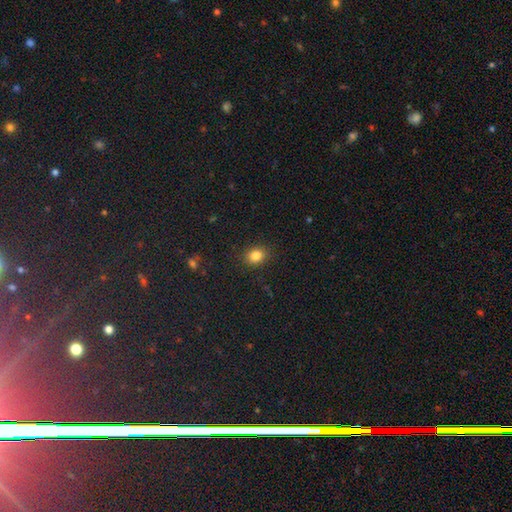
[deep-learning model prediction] This is clearly a smooth galaxy (84%). How rounded: possibly round (54%). Merging: clearly none (87%).